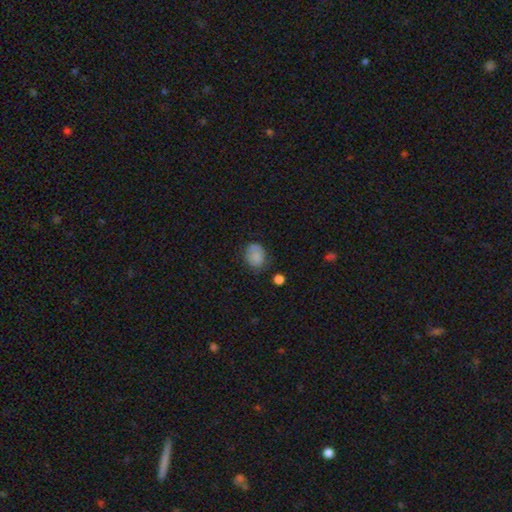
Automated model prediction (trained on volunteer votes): A smooth galaxy with no disk features (80%) that is in between round and cigar-shaped (55%). Merging: none (64%).